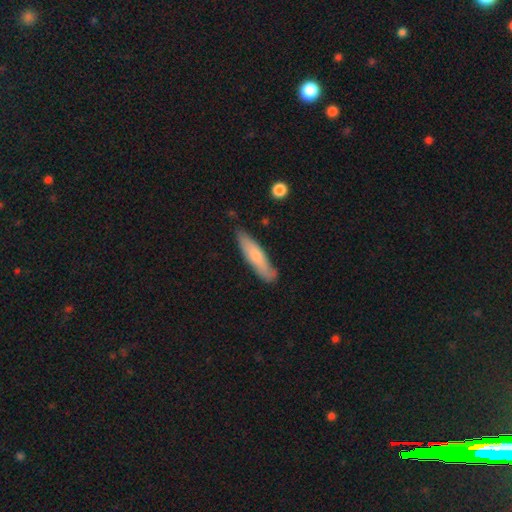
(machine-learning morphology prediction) Q: Smooth or featured?
A: smooth (68%); runner-up: featured or disk (27%)
Q: How rounded?
A: cigar-shaped (77%); runner-up: in between (22%)
Q: Merging?
A: none (76%); runner-up: minor disturbance (19%)